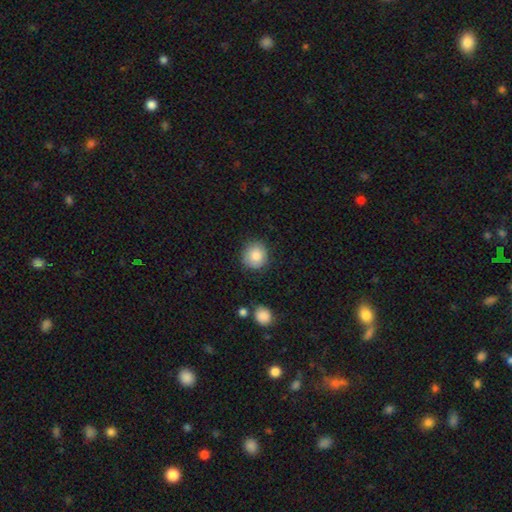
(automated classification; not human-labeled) The model was most divided on "merging": none: 85%, minor disturbance: 11%, major disturbance: 3%, merger: 2%. More confident: how rounded — round (89%); smooth or featured — smooth (84%).